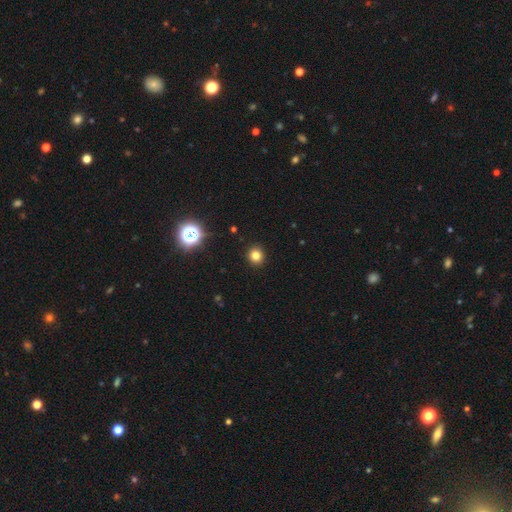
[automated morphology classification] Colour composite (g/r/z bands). It shows a smooth galaxy with no disk features (81%) that is round (88%). Merging: none (92%).